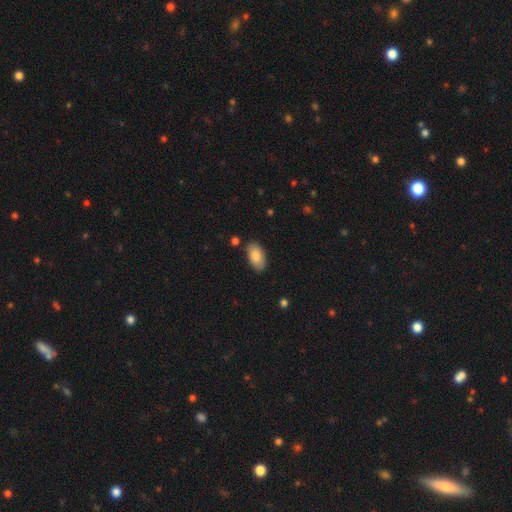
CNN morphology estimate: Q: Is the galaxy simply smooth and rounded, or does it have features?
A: smooth — 84%.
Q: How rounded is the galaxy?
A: in between — 95%.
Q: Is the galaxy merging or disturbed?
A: none — 84%.